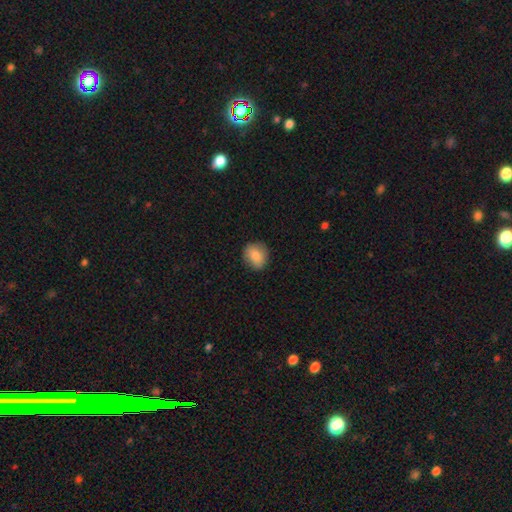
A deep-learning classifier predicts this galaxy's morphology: A smooth galaxy with no disk features (83%) that is round (71%). Merging: none (85%).